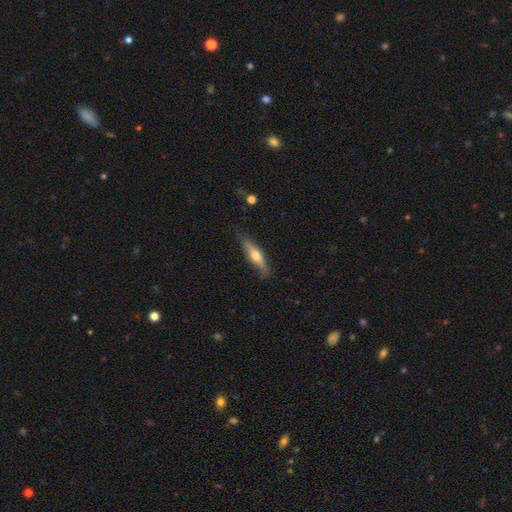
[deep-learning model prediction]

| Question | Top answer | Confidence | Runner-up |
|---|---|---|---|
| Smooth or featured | smooth | 50% | featured or disk (44%) |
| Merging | none | 79% | minor disturbance (17%) |